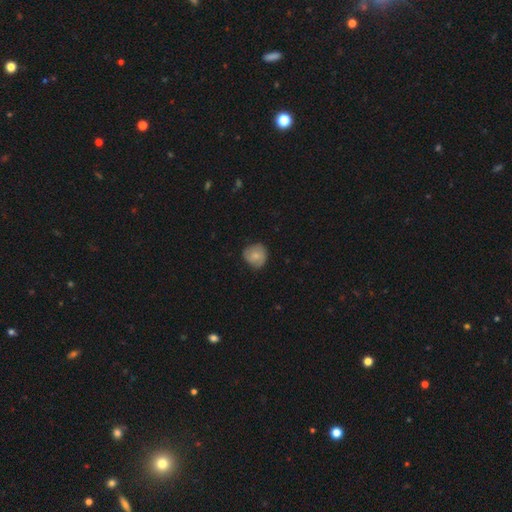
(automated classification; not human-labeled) Q: Smooth or featured?
A: smooth (66%); runner-up: featured or disk (26%)
Q: How rounded?
A: round (86%); runner-up: in between (13%)
Q: Merging?
A: none (69%); runner-up: minor disturbance (25%)